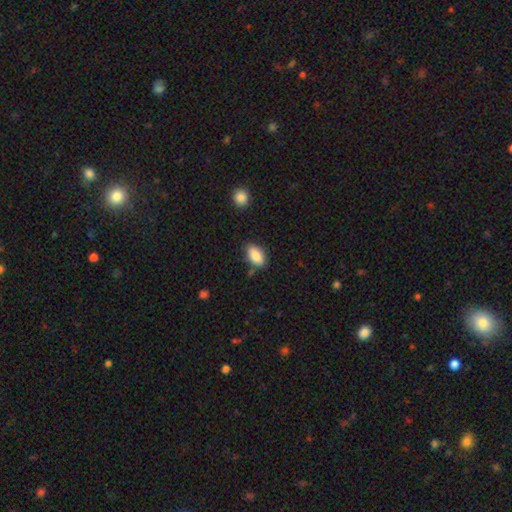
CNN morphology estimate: smooth 88%, star or artifact 7%, featured or disk 5%. Down the decision tree: how rounded — in between (92%); merging — none (81%).